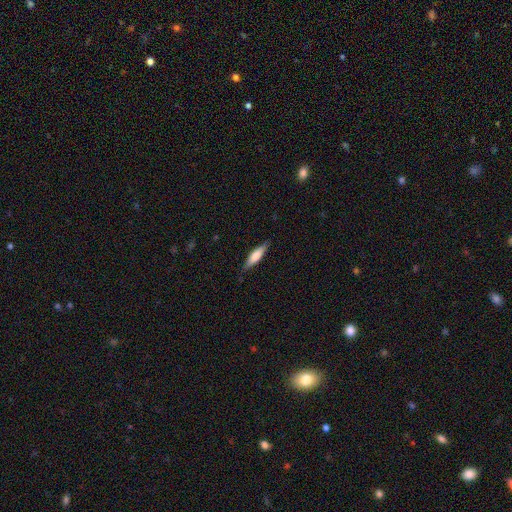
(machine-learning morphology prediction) Q: Smooth or featured?
A: smooth (63%); runner-up: featured or disk (31%)
Q: How rounded?
A: cigar-shaped (71%); runner-up: in between (27%)
Q: Merging?
A: none (85%); runner-up: minor disturbance (11%)